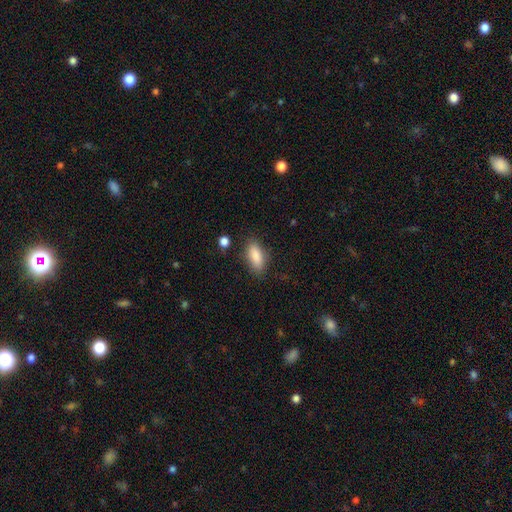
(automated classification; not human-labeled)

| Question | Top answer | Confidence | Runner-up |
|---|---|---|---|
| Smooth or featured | smooth | 86% | star or artifact (7%) |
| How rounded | in between | 81% | cigar-shaped (16%) |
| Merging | none | 82% | minor disturbance (12%) |